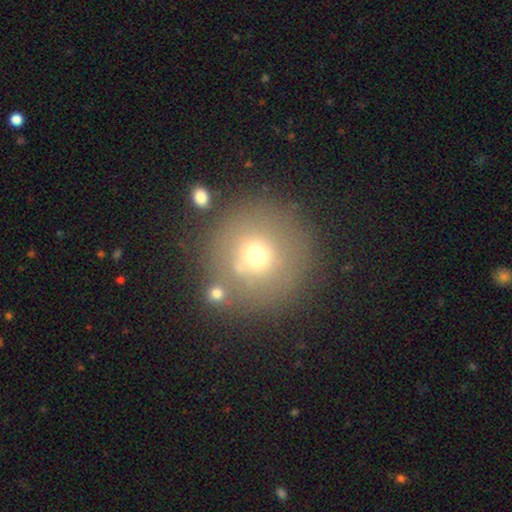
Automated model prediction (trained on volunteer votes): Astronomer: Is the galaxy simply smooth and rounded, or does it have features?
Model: smooth — 66%.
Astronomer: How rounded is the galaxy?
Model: round — 95%.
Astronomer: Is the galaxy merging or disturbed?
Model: none — 78%.